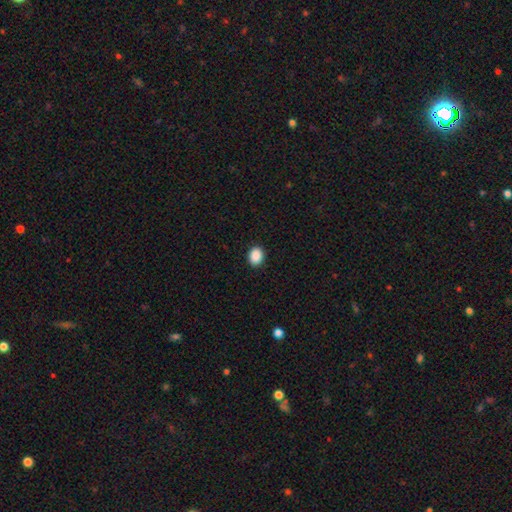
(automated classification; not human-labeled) smooth 90%, star or artifact 8%, featured or disk 2%. Down the decision tree: how rounded — in between (54%); merging — none (91%).